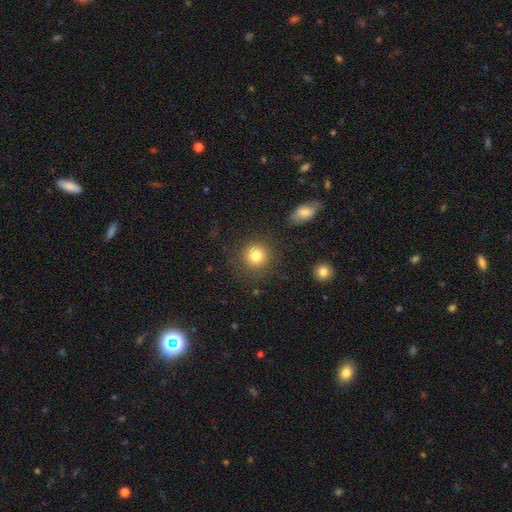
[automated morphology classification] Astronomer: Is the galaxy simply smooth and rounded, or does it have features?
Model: smooth — 81%.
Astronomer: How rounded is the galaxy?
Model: round — 91%.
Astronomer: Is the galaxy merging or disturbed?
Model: none — 84%.